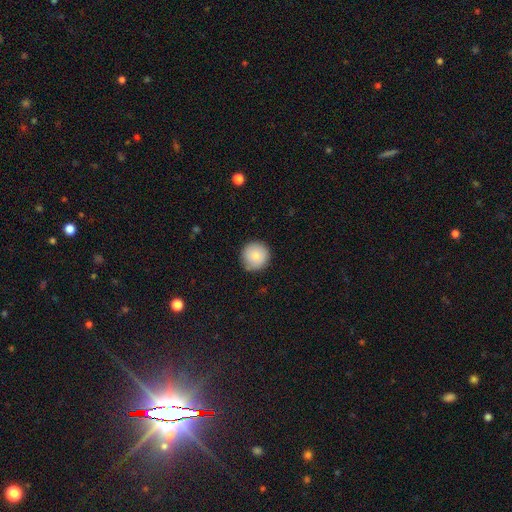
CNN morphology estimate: smooth-or-featured: smooth: 82% | featured or disk: 10% | star or artifact: 8%
  how-rounded: round: 95% | in between: 4% | cigar-shaped: 1%
  merging: none: 86% | minor disturbance: 11% | major disturbance: 2% | merger: 1%